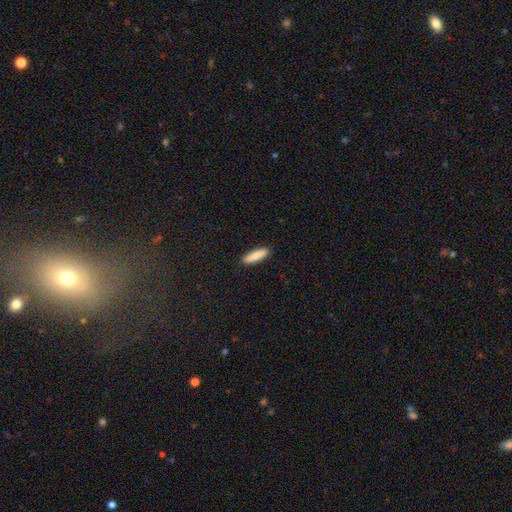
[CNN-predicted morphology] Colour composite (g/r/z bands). It shows a smooth galaxy with no disk features (86%) that is cigar-shaped (67%). Merging: none (90%).